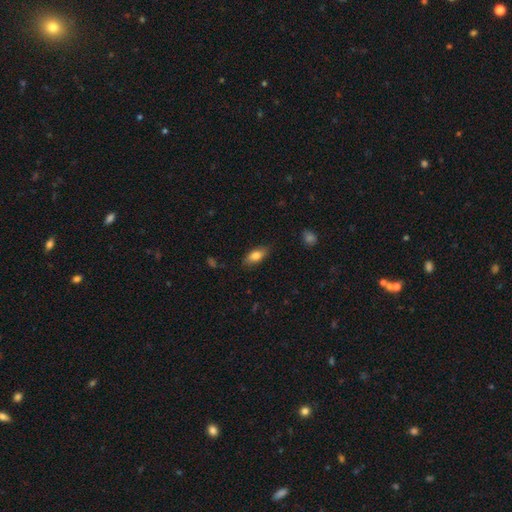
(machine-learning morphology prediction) smooth_or_featured: smooth (p=0.81) [alt: featured or disk p=0.12]
how_rounded: in between (p=0.87) [alt: cigar-shaped p=0.10]
merging: none (p=0.83) [alt: minor disturbance p=0.13]